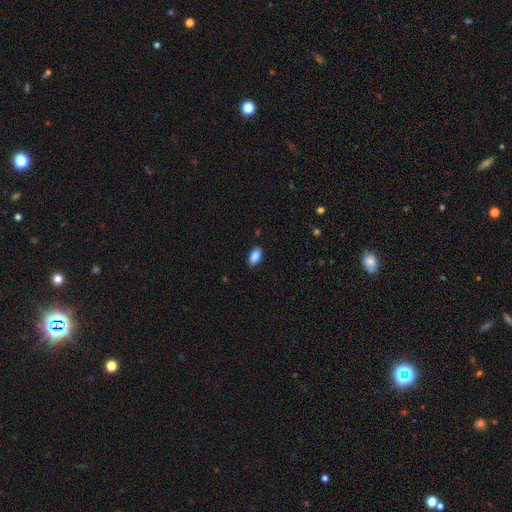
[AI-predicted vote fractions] Smooth or featured? smooth (86%)
How rounded? in between (92%)
Merging? none (88%)